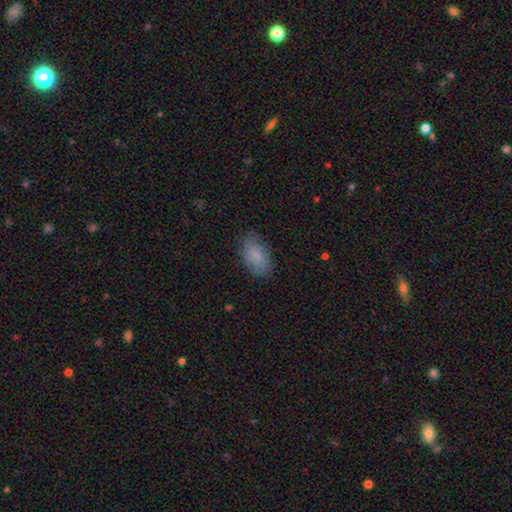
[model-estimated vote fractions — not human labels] smooth-or-featured: smooth: 76% | featured or disk: 17% | star or artifact: 7%
  how-rounded: in between: 92% | round: 6% | cigar-shaped: 2%
  merging: none: 76% | minor disturbance: 18% | major disturbance: 5% | merger: 1%